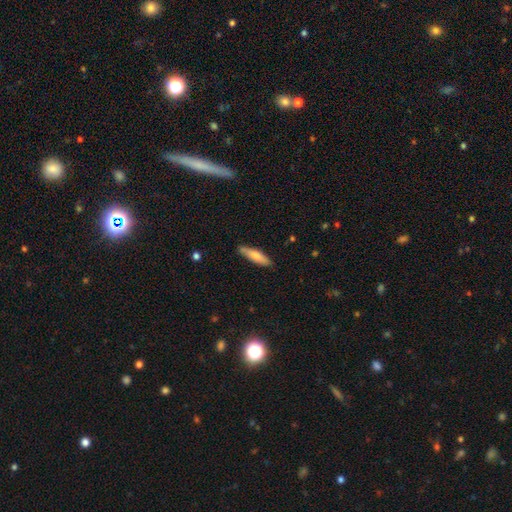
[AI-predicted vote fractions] smooth_or_featured: smooth (p=0.75) [alt: featured or disk p=0.20]
how_rounded: cigar-shaped (p=0.70) [alt: in between p=0.28]
merging: none (p=0.83) [alt: minor disturbance p=0.13]